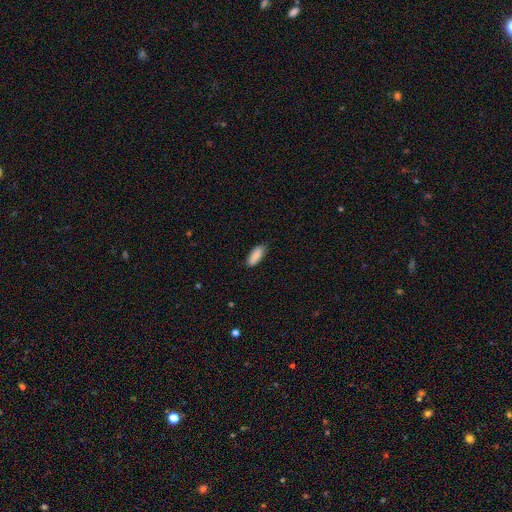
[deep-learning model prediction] Q: Smooth or featured?
A: smooth (89%); runner-up: star or artifact (6%)
Q: How rounded?
A: in between (76%); runner-up: cigar-shaped (22%)
Q: Merging?
A: none (82%); runner-up: minor disturbance (15%)